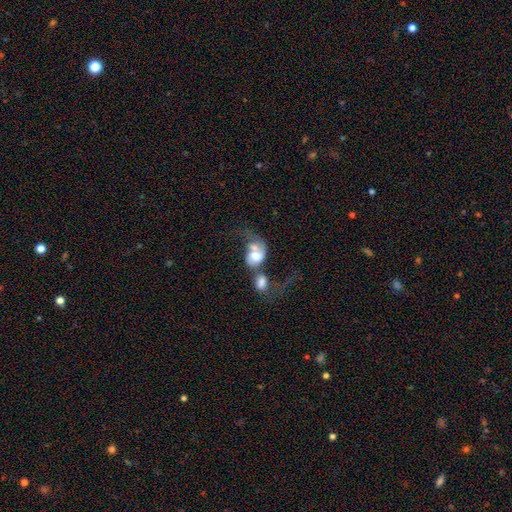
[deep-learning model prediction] Overall: featured or disk (47%; smooth 44%). Merging: merger (67%).